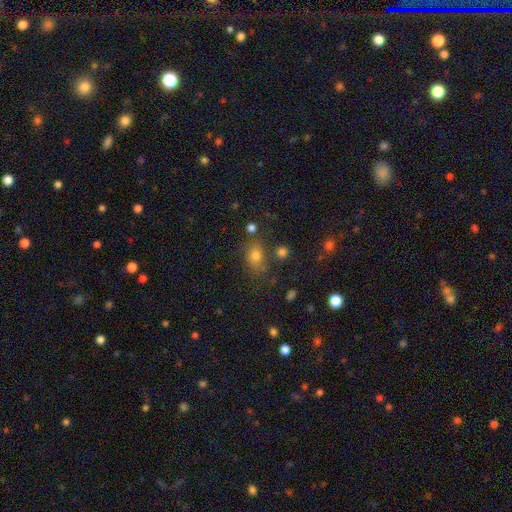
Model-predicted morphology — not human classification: A smooth galaxy with no disk features (73%) that is in between round and cigar-shaped (53%).

Vote fractions:
- Smooth or featured? smooth: 73% / star or artifact: 18% / featured or disk: 9%
- How rounded? in between: 53% / round: 45% / cigar-shaped: 2%
- Merging? none: 69% / minor disturbance: 16% / merger: 8% / major disturbance: 6%